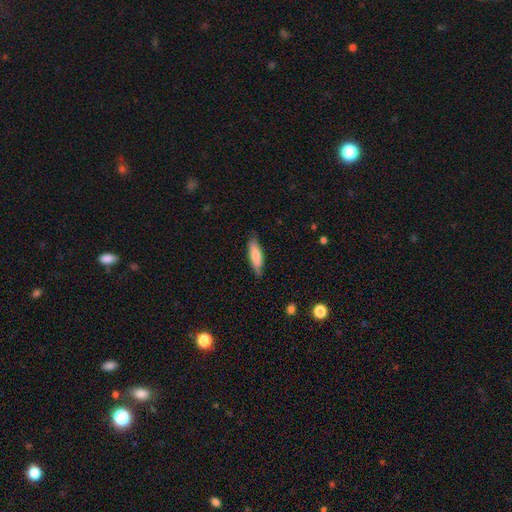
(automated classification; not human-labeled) smooth-or-featured: smooth: 73% | featured or disk: 21% | star or artifact: 6%
  how-rounded: cigar-shaped: 56% | in between: 42% | round: 2%
  merging: none: 76% | minor disturbance: 19% | major disturbance: 3% | merger: 1%